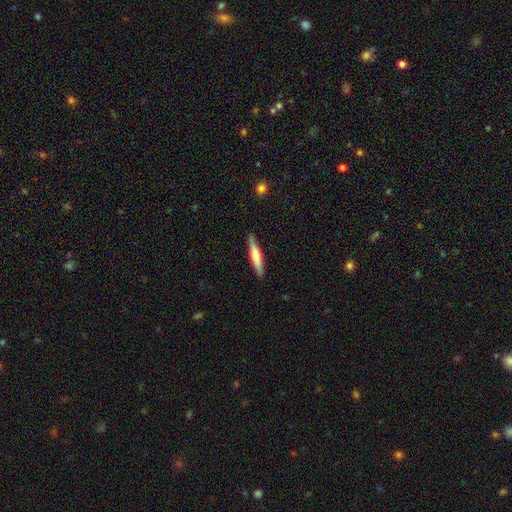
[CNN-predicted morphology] The model was most divided on "smooth or featured": smooth: 64%, featured or disk: 31%, star or artifact: 5%. More confident: how rounded — cigar-shaped (89%); merging — none (86%).